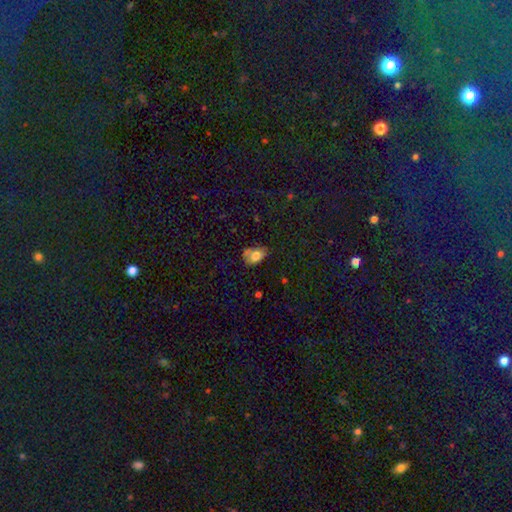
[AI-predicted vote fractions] smooth-or-featured: smooth: 75% | featured or disk: 16% | star or artifact: 9%
  how-rounded: in between: 79% | round: 20% | cigar-shaped: 1%
  merging: none: 43% | minor disturbance: 33% | major disturbance: 13% | merger: 11%